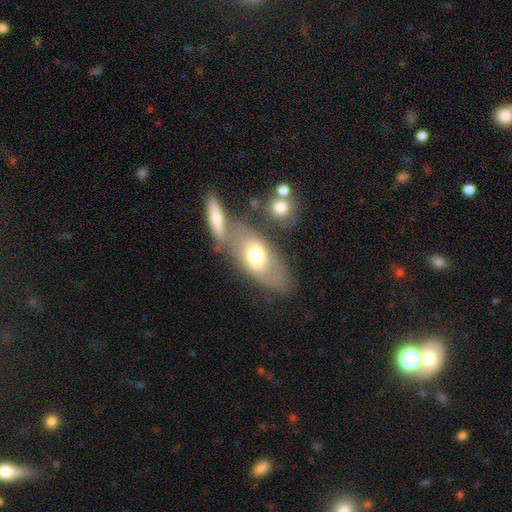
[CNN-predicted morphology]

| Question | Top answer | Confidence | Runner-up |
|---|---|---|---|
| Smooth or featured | smooth | 60% | featured or disk (33%) |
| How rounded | in between | 83% | cigar-shaped (10%) |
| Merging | none | 44% | merger (36%) |